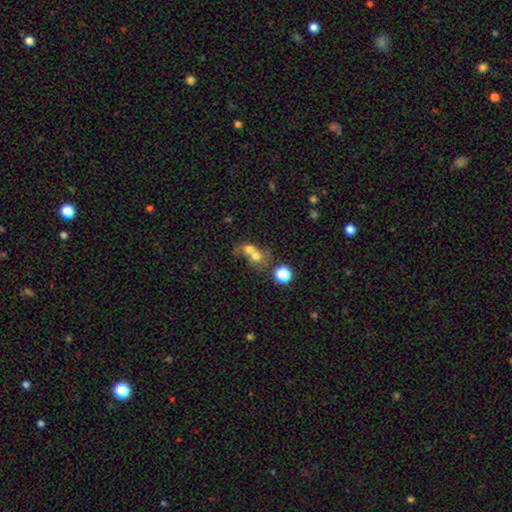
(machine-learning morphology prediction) A smooth galaxy with no disk features (67%) that is round (75%).

Vote fractions:
- Smooth or featured? smooth: 67% / featured or disk: 18% / star or artifact: 15%
- How rounded? round: 75% / in between: 24% / cigar-shaped: 1%
- Merging? merger: 62% / none: 27% / minor disturbance: 6% / major disturbance: 5%